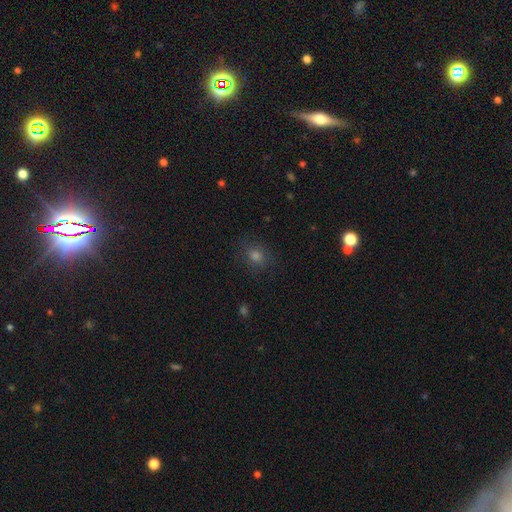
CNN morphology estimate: smooth_or_featured: smooth (p=0.65) [alt: star or artifact p=0.26]
how_rounded: round (p=0.71) [alt: in between p=0.28]
merging: none (p=0.84) [alt: minor disturbance p=0.11]